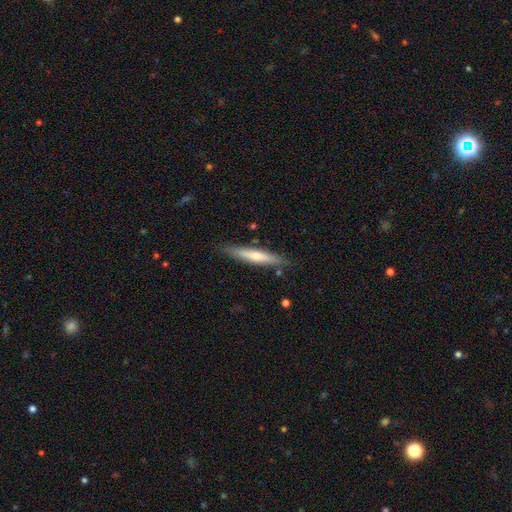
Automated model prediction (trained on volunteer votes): Morphology: type=smooth (56%); roundness=cigar-shaped (92%); merging=none (84%).